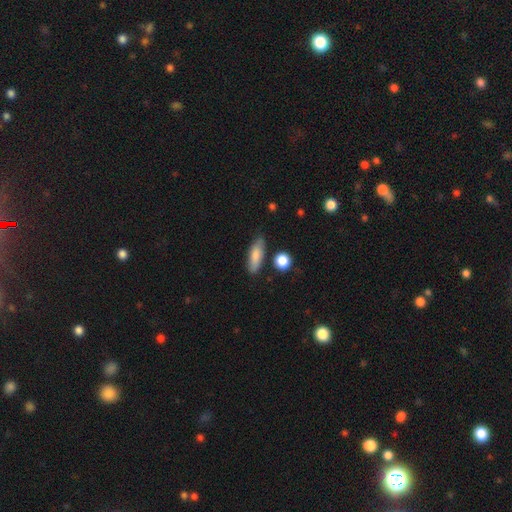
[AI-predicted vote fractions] Smooth or featured?
  - smooth: 80% *
  - featured or disk: 13%
  - star or artifact: 7%
How rounded?
  - in between: 60% *
  - cigar-shaped: 36%
  - round: 4%
Merging?
  - none: 72% *
  - minor disturbance: 19%
  - merger: 5%
  - major disturbance: 4%